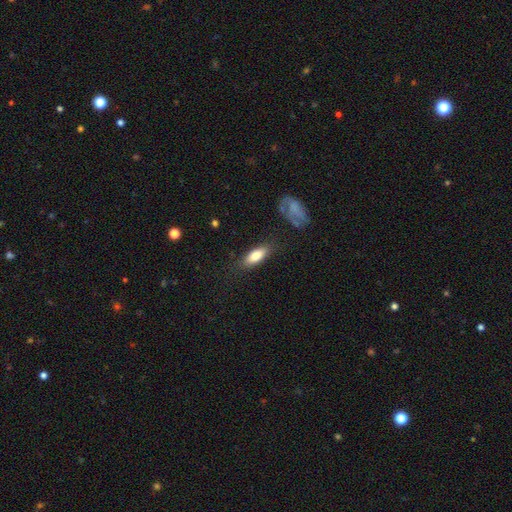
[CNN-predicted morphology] smooth 78%, featured or disk 15%, star or artifact 7%. Down the decision tree: how rounded — in between (72%); merging — none (79%).